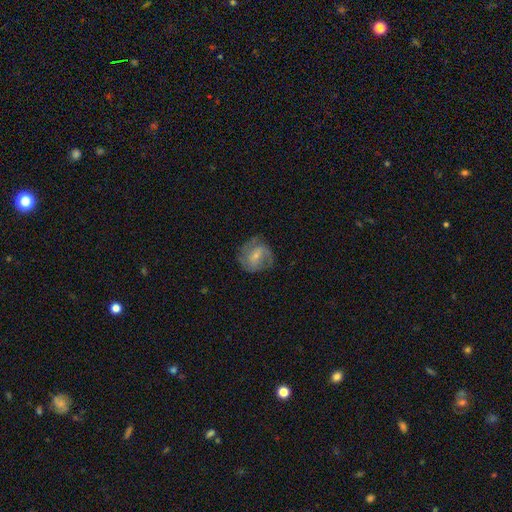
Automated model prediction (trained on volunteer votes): The model was most divided on "spiral winding": medium: 46%, tight: 33%, loose: 21%. Remaining: edge-on disk — no (97%); spiral arms — yes (86%); merging — none (66%); smooth or featured — featured or disk (65%); bulge size — small (63%); spiral arm count — 2 (53%); bar — weak (49%).